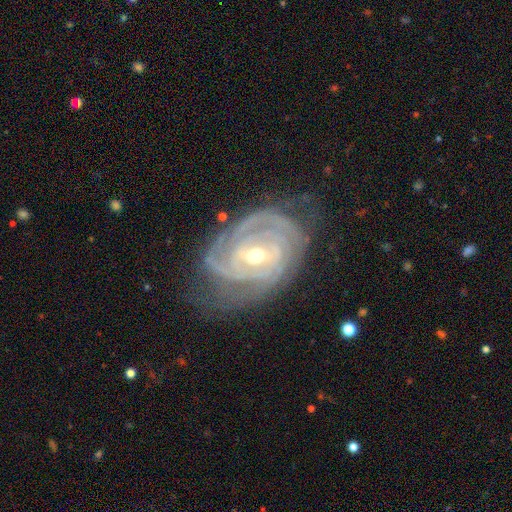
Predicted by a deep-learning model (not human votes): A featured or disk galaxy (90%) with a weak bar (42%), 3 (29%) tight (76%) spiral arms (97%) and a moderate central bulge (56%). Merging: none (68%).